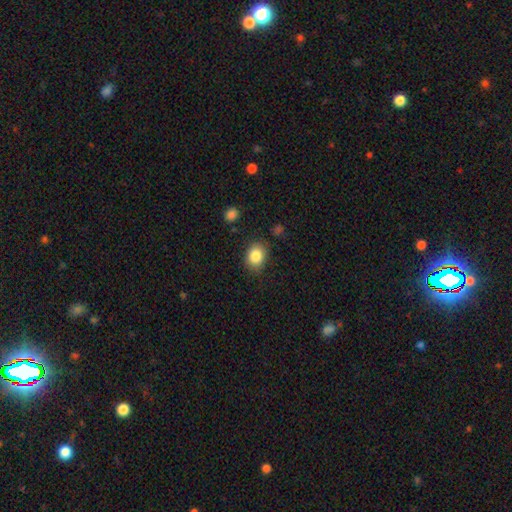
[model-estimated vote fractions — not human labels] Smooth or featured? smooth (85%)
How rounded? in between (50%)
Merging? none (83%)